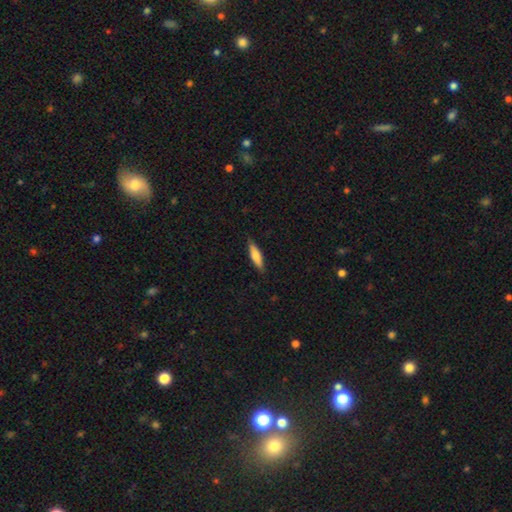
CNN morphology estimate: The model was most divided on "how rounded": cigar-shaped: 69%, in between: 29%, round: 2%. More confident: merging — none (86%); smooth or featured — smooth (71%).